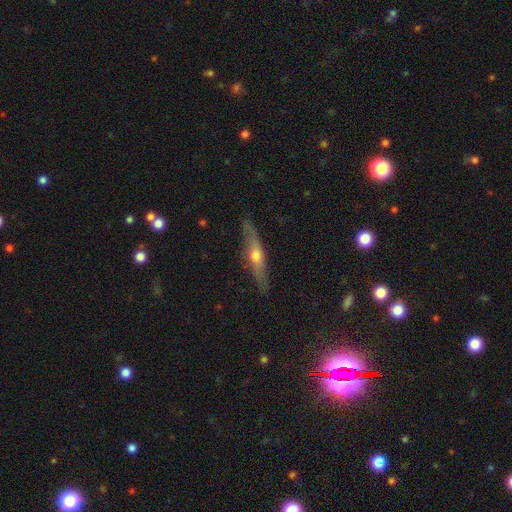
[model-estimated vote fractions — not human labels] featured or disk 56%, smooth 38%, star or artifact 6%. Down the decision tree: edge-on disk — yes (88%); merging — none (86%).